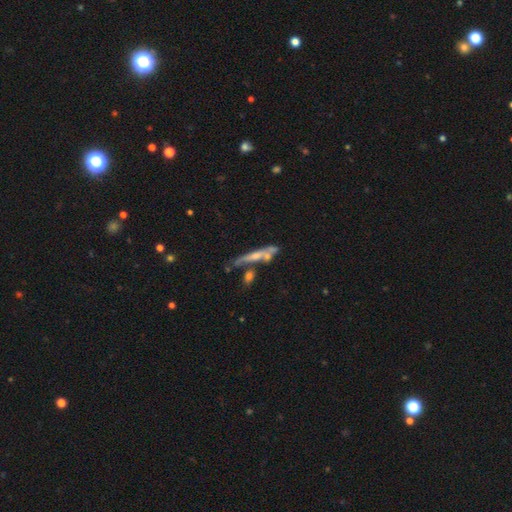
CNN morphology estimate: A featured or disk galaxy (56%) viewed edge-on (78%).

Vote fractions:
- Smooth or featured? featured or disk: 56% / smooth: 34% / star or artifact: 10%
- Edge-on disk? yes: 78% / no: 22%
- Merging? none: 48% / merger: 25% / minor disturbance: 18% / major disturbance: 9%